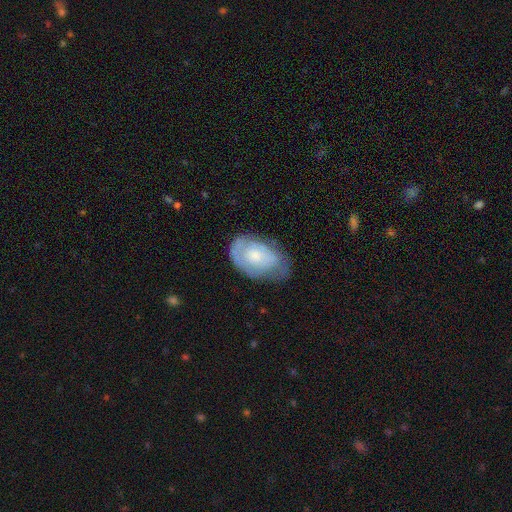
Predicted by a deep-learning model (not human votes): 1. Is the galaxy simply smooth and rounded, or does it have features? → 50% featured or disk, 44% smooth, 6% star or artifact.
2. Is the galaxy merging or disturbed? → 50% none, 34% minor disturbance, 14% major disturbance, 2% merger.